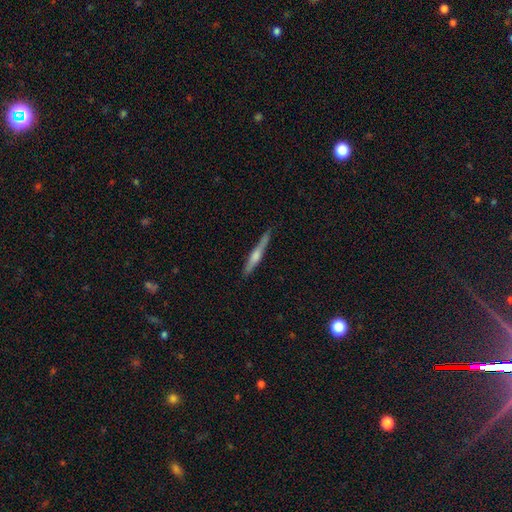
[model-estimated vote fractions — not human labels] Smooth or featured? Predicted: featured or disk (p=0.59). Edge-on disk? Predicted: yes (p=0.97). Edge-on bulge? Predicted: rounded (p=0.72). Merging? Predicted: none (p=0.86).